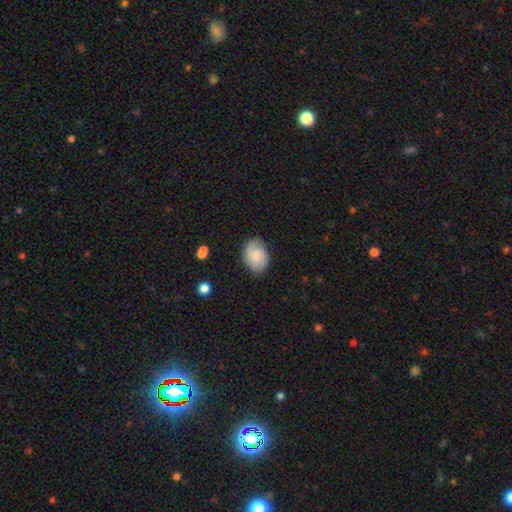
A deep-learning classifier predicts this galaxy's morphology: This appears to be a smooth galaxy with no disk features (51%) that is in between round and cigar-shaped (69%). Merging: none (77%).